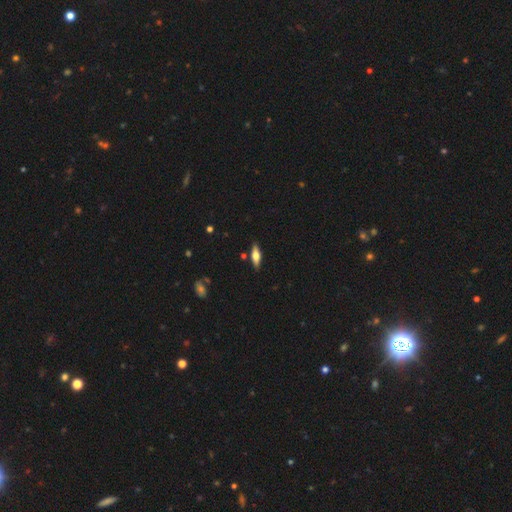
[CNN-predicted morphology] This appears to be a smooth galaxy with no disk features (51%) that is in between round and cigar-shaped (55%). Merging: none (86%).